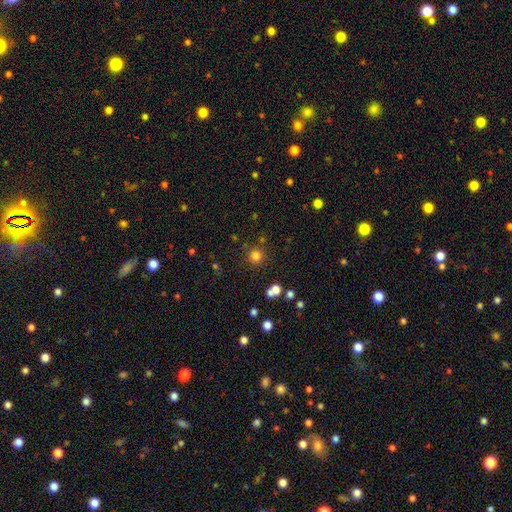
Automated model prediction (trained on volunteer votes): Smooth or featured? smooth (77%)
How rounded? round (93%)
Merging? none (82%)